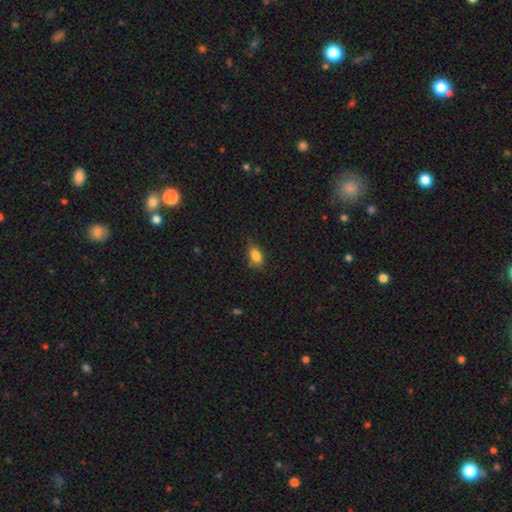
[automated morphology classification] Q: Smooth or featured?
A: smooth (83%); runner-up: star or artifact (9%)
Q: How rounded?
A: in between (86%); runner-up: round (10%)
Q: Merging?
A: none (65%); runner-up: minor disturbance (26%)